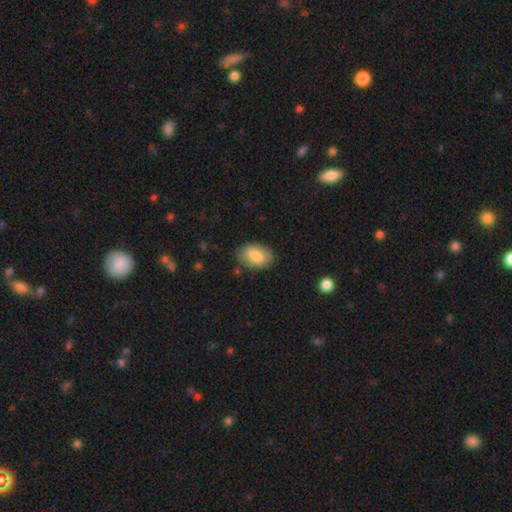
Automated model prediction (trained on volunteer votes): Smooth or featured: smooth — 82% (featured or disk — 12%)
How rounded: in between — 90% (round — 9%)
Merging: none — 80% (minor disturbance — 15%)